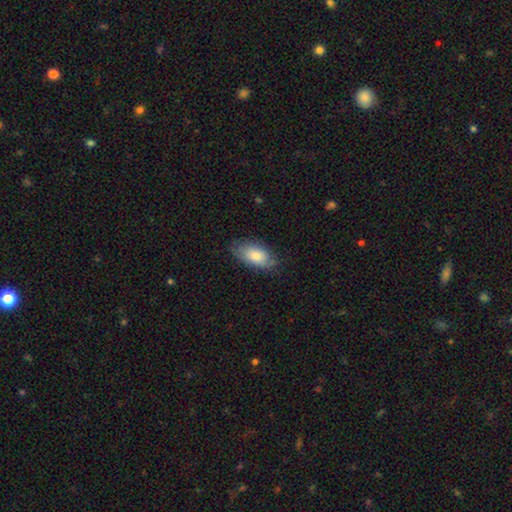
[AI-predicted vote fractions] A smooth galaxy with no disk features (74%) that is in between round and cigar-shaped (91%). Merging: none (75%).